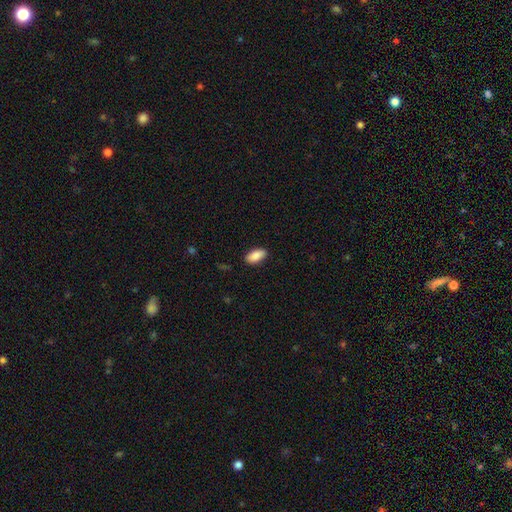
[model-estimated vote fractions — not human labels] Overall: smooth (88%). How rounded: in between (92%). Merging: none (88%).